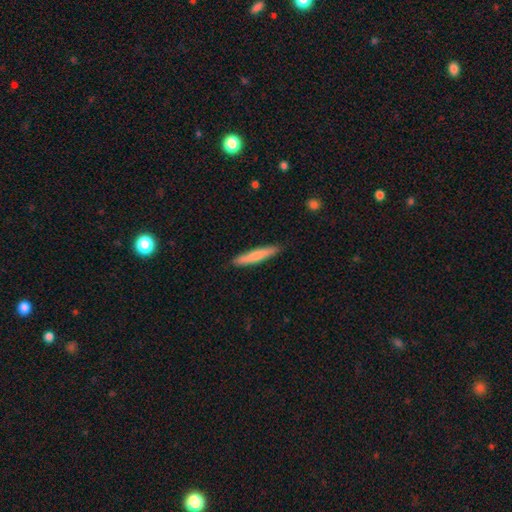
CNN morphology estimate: Smooth or featured?
  - smooth: 73% *
  - featured or disk: 22%
  - star or artifact: 5%
How rounded?
  - cigar-shaped: 93% *
  - in between: 5%
  - round: 1%
Merging?
  - none: 90% *
  - minor disturbance: 8%
  - major disturbance: 1%
  - merger: 1%